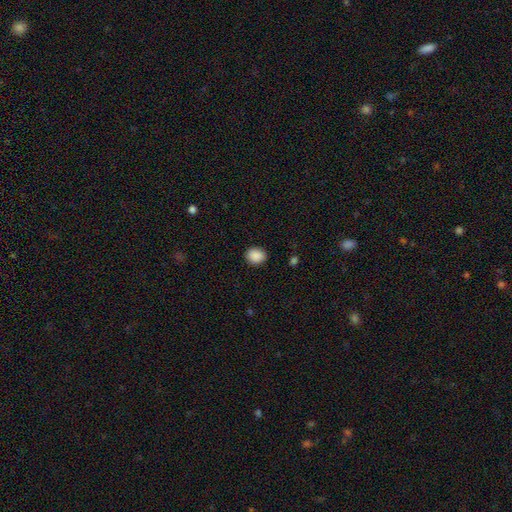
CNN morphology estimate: Smooth or featured?
  - smooth: 89% *
  - star or artifact: 8%
  - featured or disk: 2%
How rounded?
  - round: 55% *
  - in between: 44%
  - cigar-shaped: 1%
Merging?
  - none: 89% *
  - minor disturbance: 8%
  - major disturbance: 2%
  - merger: 1%